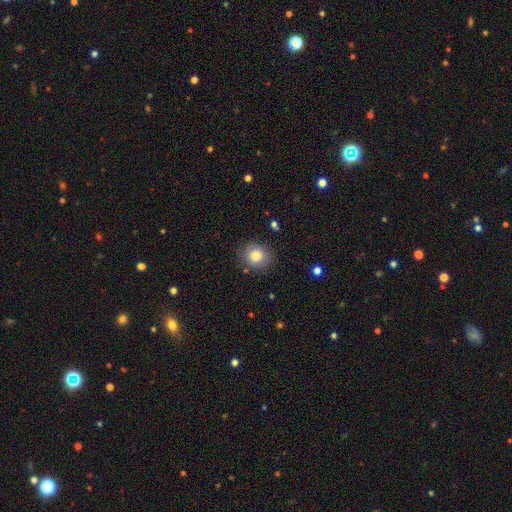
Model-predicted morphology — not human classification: Smooth or featured: smooth — 84% (star or artifact — 10%)
How rounded: round — 80% (in between — 19%)
Merging: none — 85% (minor disturbance — 10%)